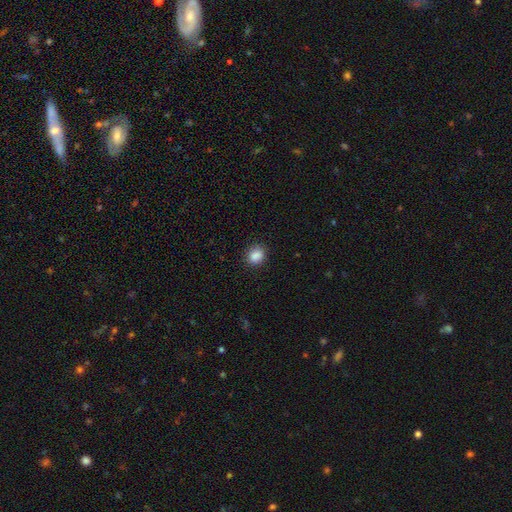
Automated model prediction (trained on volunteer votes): Q: Smooth or featured?
A: smooth (87%); runner-up: star or artifact (9%)
Q: How rounded?
A: round (61%); runner-up: in between (38%)
Q: Merging?
A: none (85%); runner-up: minor disturbance (11%)